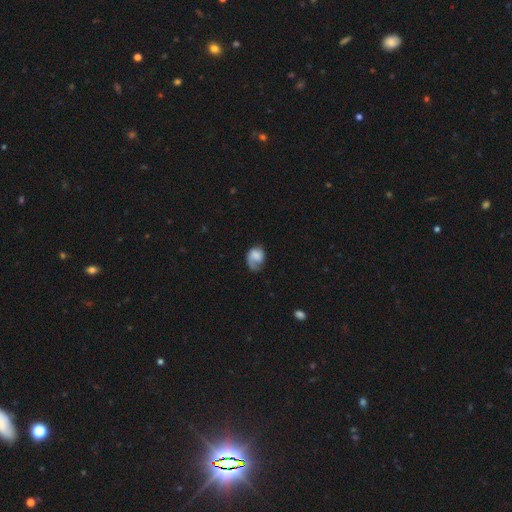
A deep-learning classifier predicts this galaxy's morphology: The model was most divided on "merging": none: 39%, major disturbance: 32%, minor disturbance: 26%, merger: 2%. More confident: how rounded — in between (63%); smooth or featured — smooth (51%).